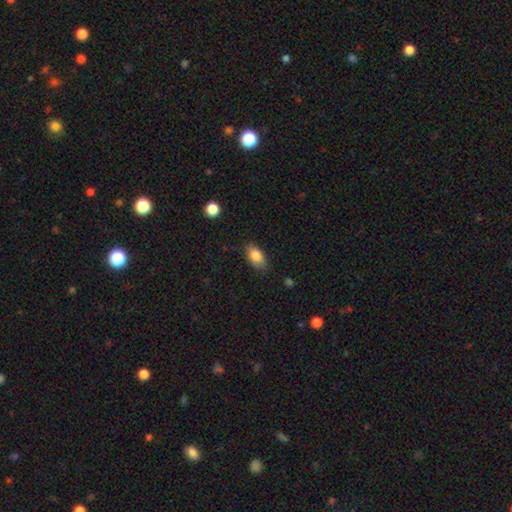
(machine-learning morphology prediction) A smooth galaxy with no disk features (84%) that is in between round and cigar-shaped (90%). Merging: none (79%).